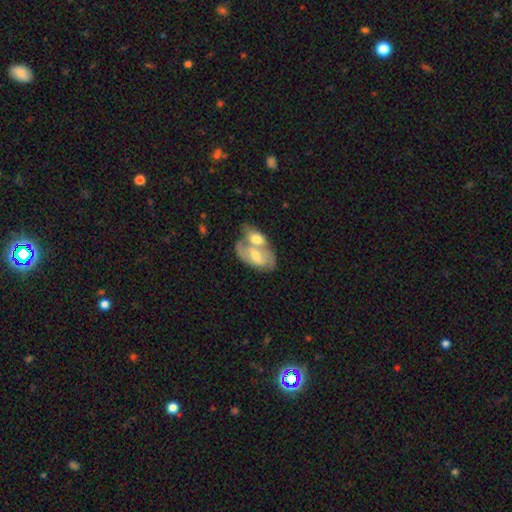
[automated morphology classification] Overall: featured or disk (55%; smooth 39%). Edge-on disk: no (93%). Bar: weak (42%; no 40%). Spiral arms: yes (55%; no 45%). Bulge size: moderate (60%; small 29%). Merging: merger (66%).